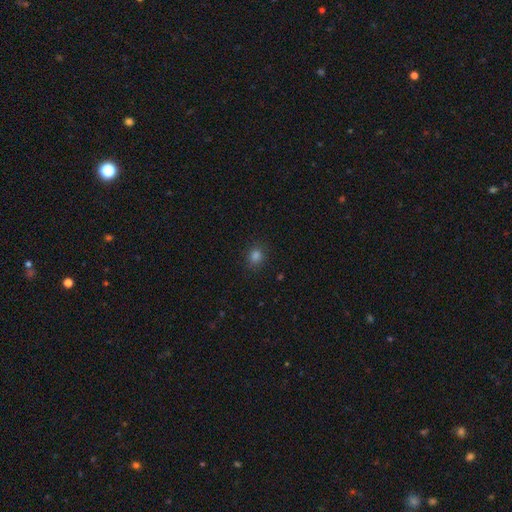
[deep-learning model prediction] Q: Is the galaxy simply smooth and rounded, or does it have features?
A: smooth — 79%.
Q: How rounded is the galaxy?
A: round — 73%.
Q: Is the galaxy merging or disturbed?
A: none — 88%.